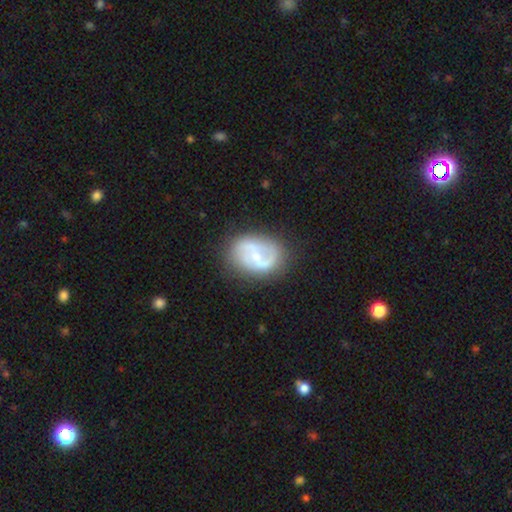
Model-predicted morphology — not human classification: smooth_or_featured: featured or disk (p=0.75) [alt: smooth p=0.19]
disk_edge_on: no (p=0.97) [alt: yes p=0.03]
bar: weak (p=0.45) [alt: no p=0.40]
has_spiral_arms: yes (p=0.87) [alt: no p=0.13]
spiral_winding: medium (p=0.44) [alt: loose p=0.35]
spiral_arm_count: 2 (p=0.78) [alt: can't tell p=0.11]
bulge_size: small (p=0.60) [alt: moderate p=0.33]
merging: none (p=0.72) [alt: minor disturbance p=0.18]